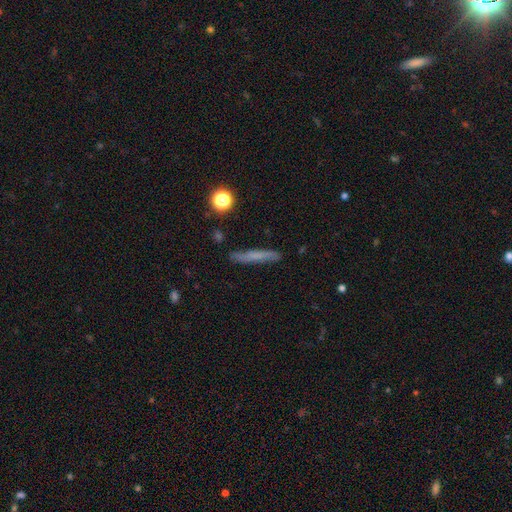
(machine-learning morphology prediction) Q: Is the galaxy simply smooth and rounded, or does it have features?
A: smooth — 56%.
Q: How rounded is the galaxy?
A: cigar-shaped — 91%.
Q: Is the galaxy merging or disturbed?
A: none — 82%.